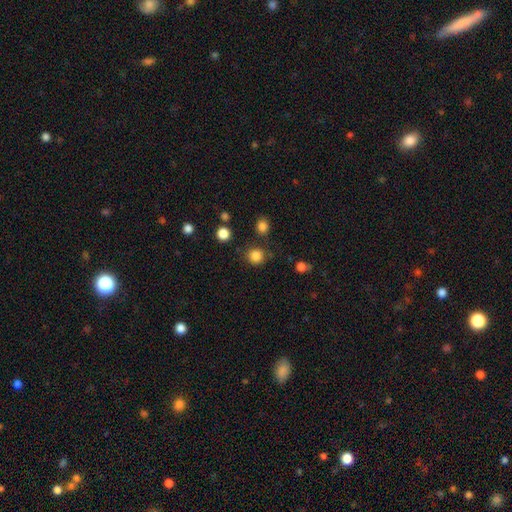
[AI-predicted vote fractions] Smooth or featured: smooth — 84% (star or artifact — 12%)
How rounded: round — 91% (in between — 8%)
Merging: none — 82% (minor disturbance — 9%)